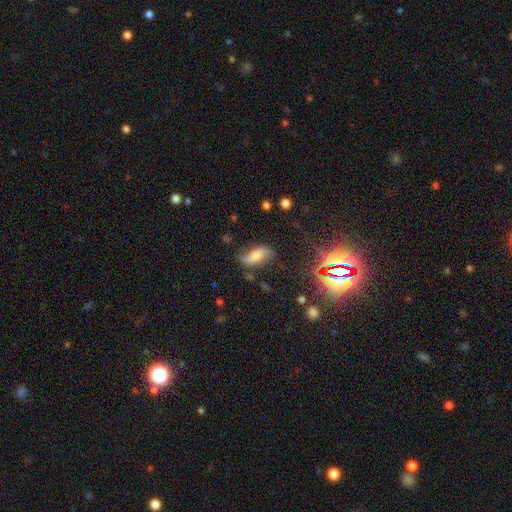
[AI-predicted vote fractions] Smooth or featured? smooth (47%)
Merging? none (64%)